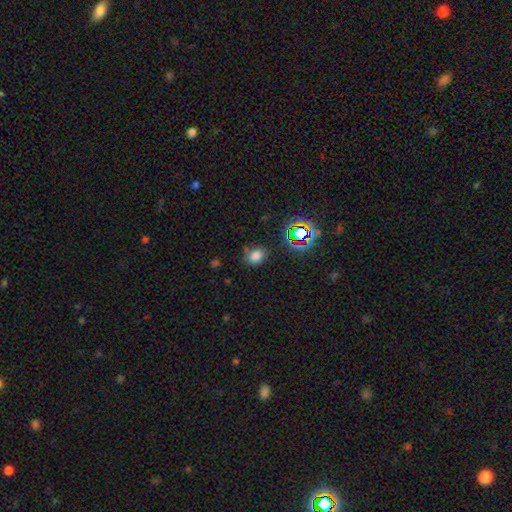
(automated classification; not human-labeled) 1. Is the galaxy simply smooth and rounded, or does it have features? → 71% smooth, 22% star or artifact, 7% featured or disk.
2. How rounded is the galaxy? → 50% round, 49% in between, 1% cigar-shaped.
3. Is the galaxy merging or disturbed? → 72% none, 18% minor disturbance, 6% major disturbance, 4% merger.